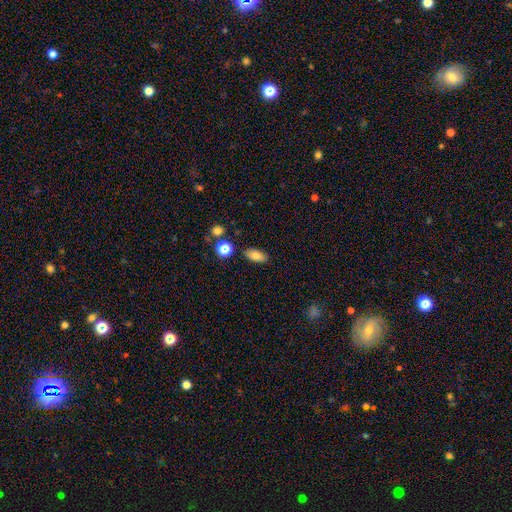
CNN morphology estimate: Overall: smooth (79%). How rounded: in between (87%). Merging: none (84%).